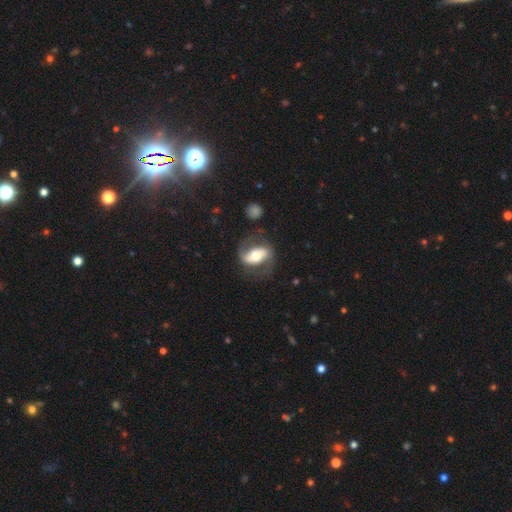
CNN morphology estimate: featured or disk 70%, smooth 24%, star or artifact 6%. Down the decision tree: edge-on disk — no (94%); bar — strong (43%); spiral arms — yes (83%); spiral arm count — 2 (86%); spiral winding — medium (44%); bulge size — moderate (65%); merging — none (66%).